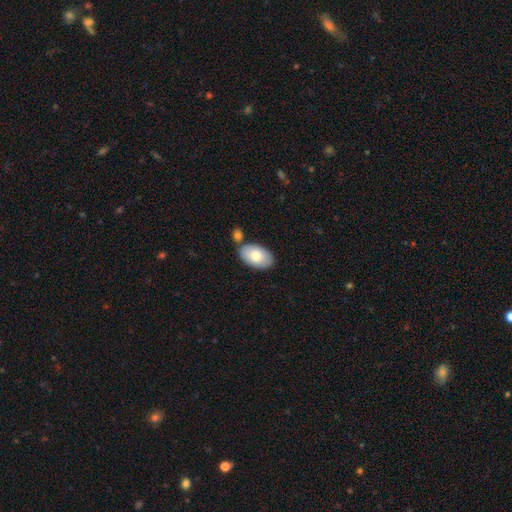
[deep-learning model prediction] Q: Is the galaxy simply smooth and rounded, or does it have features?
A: smooth — 78%.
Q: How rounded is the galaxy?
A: in between — 94%.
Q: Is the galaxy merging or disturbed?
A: none — 71%.